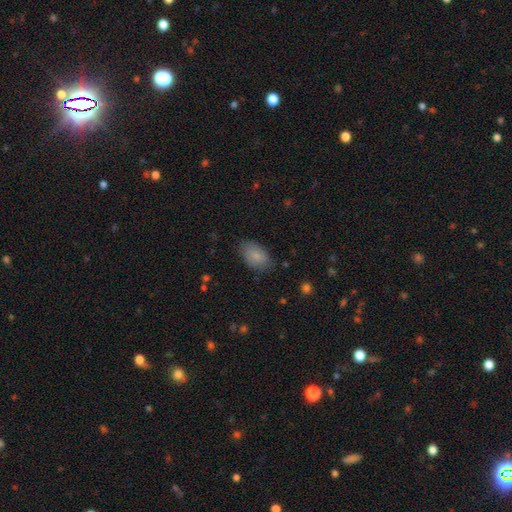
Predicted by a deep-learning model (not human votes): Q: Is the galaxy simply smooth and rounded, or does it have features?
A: smooth — 83%.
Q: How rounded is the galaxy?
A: in between — 91%.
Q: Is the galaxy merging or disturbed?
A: none — 79%.